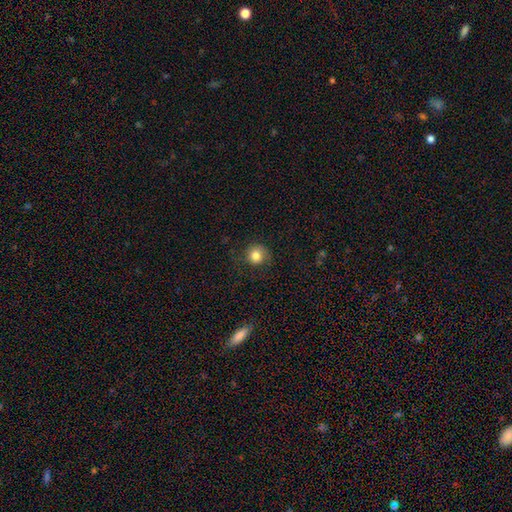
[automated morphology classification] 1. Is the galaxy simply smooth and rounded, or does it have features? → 81% smooth, 10% star or artifact, 10% featured or disk.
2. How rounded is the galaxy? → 90% round, 9% in between, 1% cigar-shaped.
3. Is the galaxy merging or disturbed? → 73% none, 16% minor disturbance, 9% major disturbance, 1% merger.